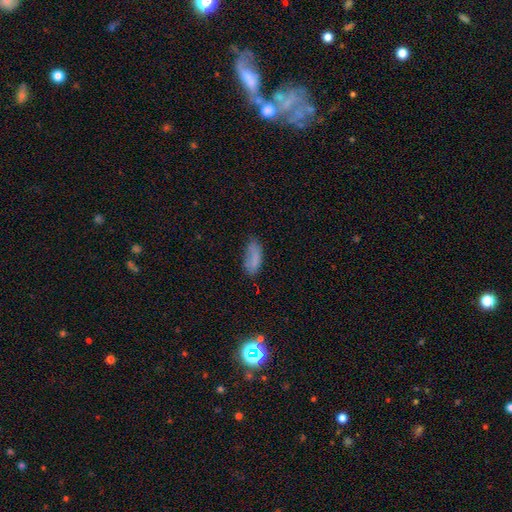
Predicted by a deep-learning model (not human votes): This is likely a smooth galaxy (65%). How rounded: clearly in between (81%). Merging: possibly none (58%).